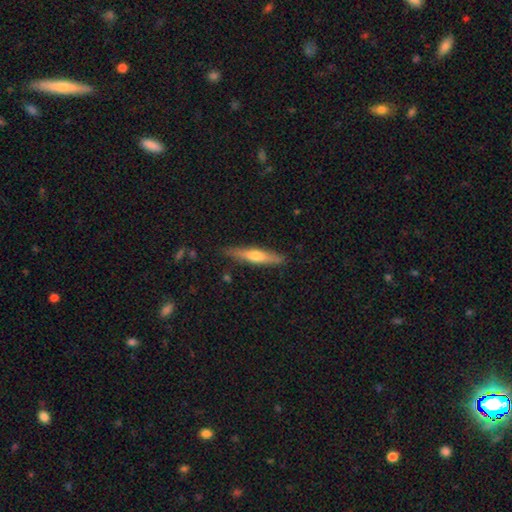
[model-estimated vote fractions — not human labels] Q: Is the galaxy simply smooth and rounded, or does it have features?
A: featured or disk — 49%.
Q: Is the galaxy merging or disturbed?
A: none — 86%.